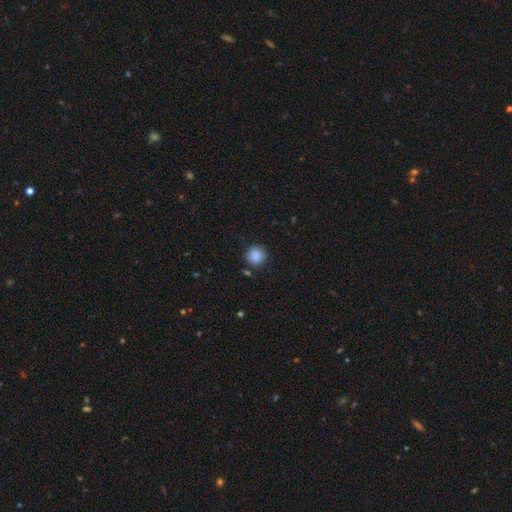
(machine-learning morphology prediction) Overall: smooth (87%). How rounded: round (90%). Merging: none (81%).